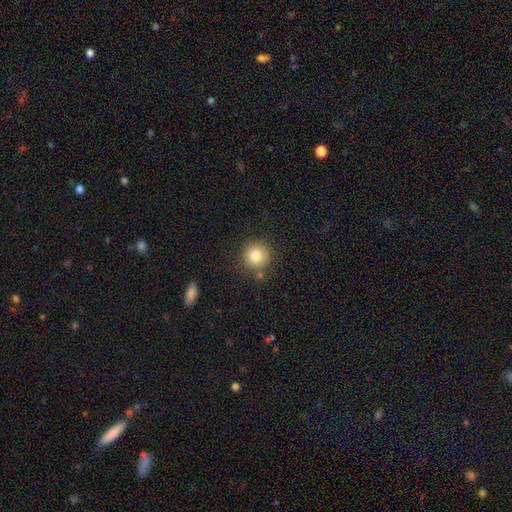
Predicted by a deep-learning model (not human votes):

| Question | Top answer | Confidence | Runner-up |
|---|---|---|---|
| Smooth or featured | smooth | 82% | star or artifact (10%) |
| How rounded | round | 93% | in between (6%) |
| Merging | none | 81% | minor disturbance (10%) |